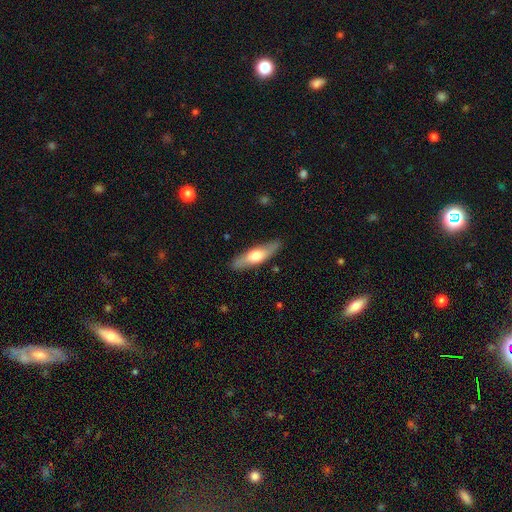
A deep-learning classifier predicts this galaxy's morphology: smooth-or-featured: smooth: 52% | featured or disk: 43% | star or artifact: 5%
  how-rounded: cigar-shaped: 67% | in between: 31% | round: 2%
  merging: none: 87% | minor disturbance: 10% | major disturbance: 2% | merger: 1%